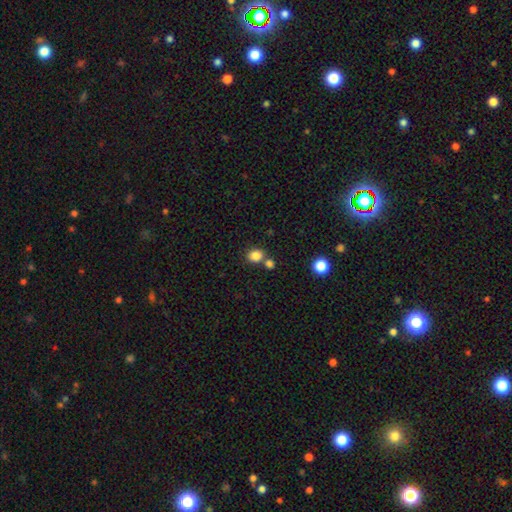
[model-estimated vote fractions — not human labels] This is clearly a smooth galaxy (84%). How rounded: likely round (71%). Merging: likely none (65%).